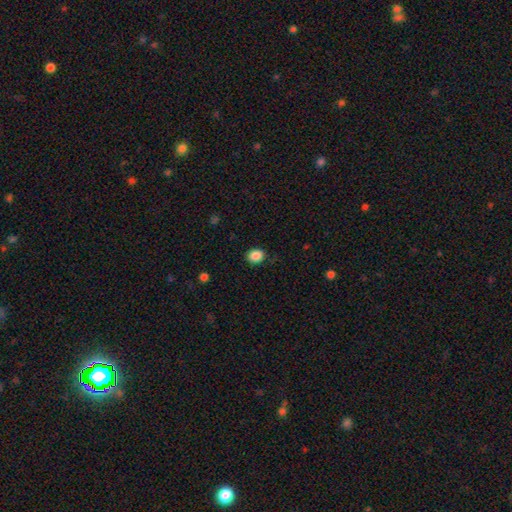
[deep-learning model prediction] smooth 87%, star or artifact 9%, featured or disk 3%. Down the decision tree: how rounded — round (60%); merging — none (87%).